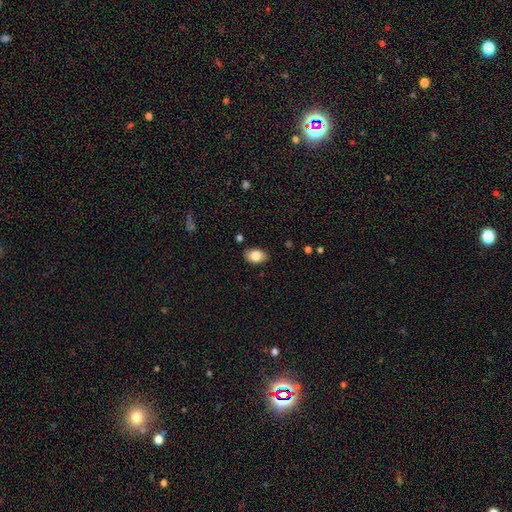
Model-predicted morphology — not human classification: smooth-or-featured: smooth: 82% | featured or disk: 10% | star or artifact: 8%
  how-rounded: in between: 85% | round: 13% | cigar-shaped: 1%
  merging: none: 84% | minor disturbance: 12% | major disturbance: 2% | merger: 2%